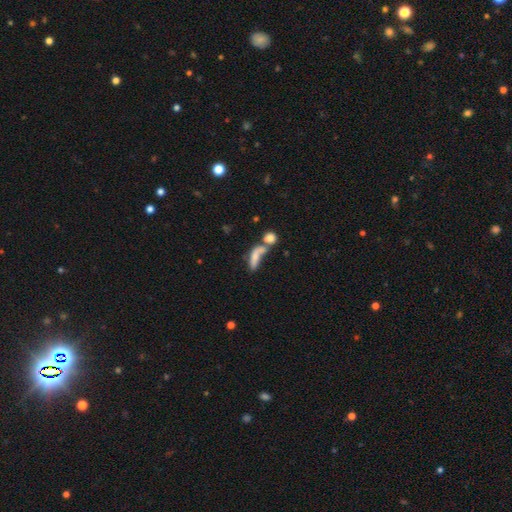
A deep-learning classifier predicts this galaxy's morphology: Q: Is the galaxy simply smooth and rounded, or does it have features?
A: smooth — 65%.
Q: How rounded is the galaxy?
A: in between — 53%.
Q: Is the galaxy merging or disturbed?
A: merger — 49%.